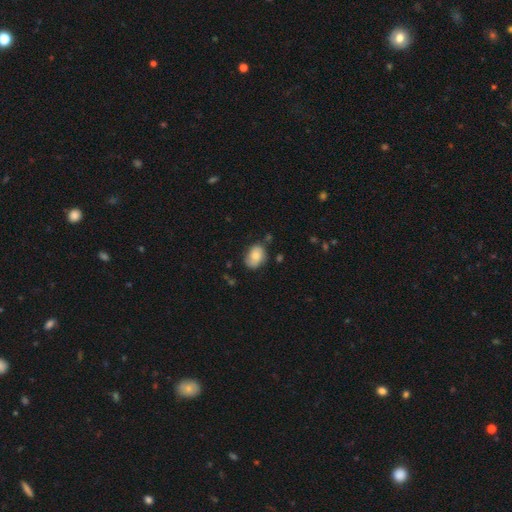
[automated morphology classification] Smooth or featured?
  - smooth: 73% *
  - featured or disk: 19%
  - star or artifact: 8%
How rounded?
  - in between: 75% *
  - round: 24%
  - cigar-shaped: 1%
Merging?
  - none: 63% *
  - minor disturbance: 27%
  - major disturbance: 7%
  - merger: 3%